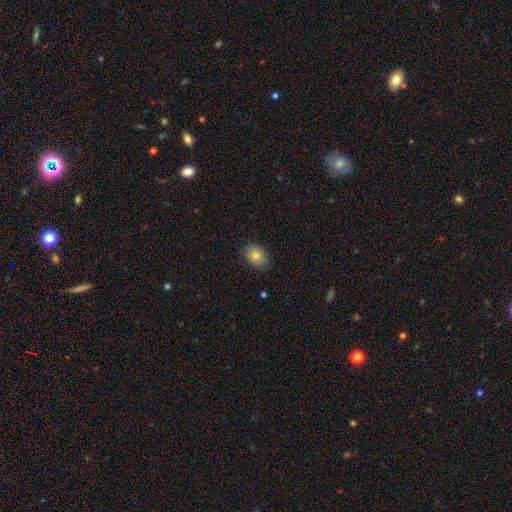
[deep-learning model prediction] This is clearly a smooth galaxy (82%). How rounded: likely in between (69%). Merging: clearly none (85%).